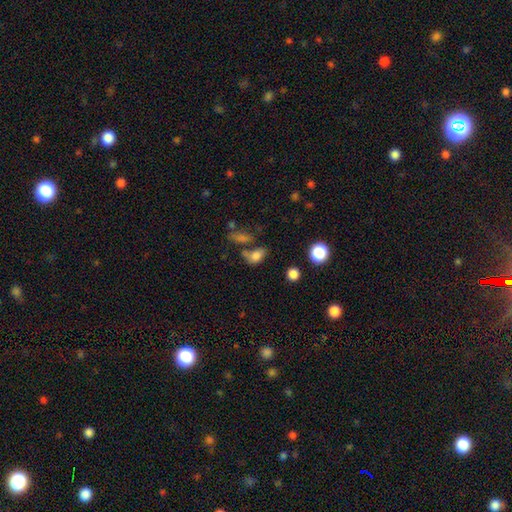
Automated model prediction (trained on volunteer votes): Smooth or featured?
  - smooth: 78% *
  - star or artifact: 13%
  - featured or disk: 10%
How rounded?
  - in between: 77% *
  - round: 20%
  - cigar-shaped: 3%
Merging?
  - none: 47% *
  - merger: 26%
  - minor disturbance: 17%
  - major disturbance: 9%